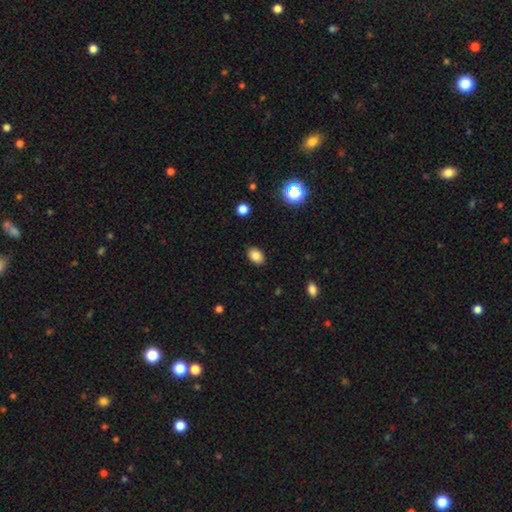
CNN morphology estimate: Q: Smooth or featured?
A: smooth (84%); runner-up: star or artifact (10%)
Q: How rounded?
A: in between (79%); runner-up: round (20%)
Q: Merging?
A: none (88%); runner-up: minor disturbance (9%)